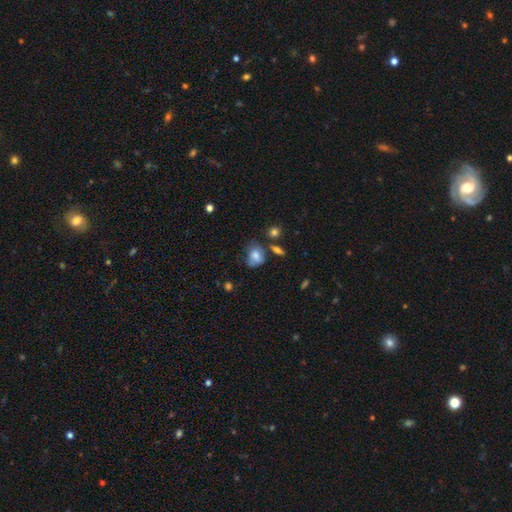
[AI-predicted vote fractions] Overall: smooth (72%). How rounded: in between (66%; round 32%). Merging: none (38%; minor disturbance 35%).